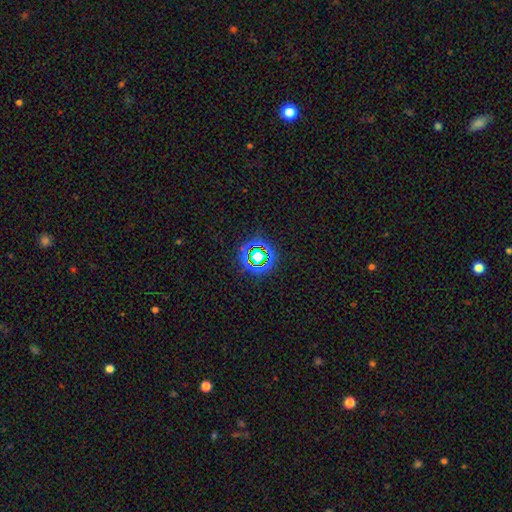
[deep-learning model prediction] smooth_or_featured: star or artifact (p=0.67) [alt: smooth p=0.22]